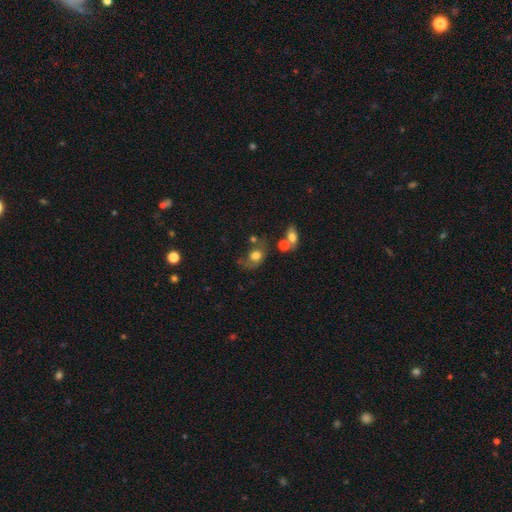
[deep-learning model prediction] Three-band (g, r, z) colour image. It shows a smooth galaxy with no disk features (72%) that is in between round and cigar-shaped (58%). Merging: none (38%).